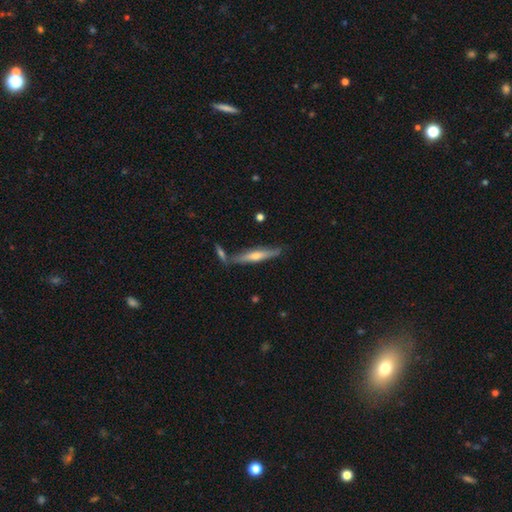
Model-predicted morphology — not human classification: Smooth or featured? featured or disk (64%)
Edge-on disk? yes (95%)
Edge-on bulge? rounded (83%)
Merging? none (77%)